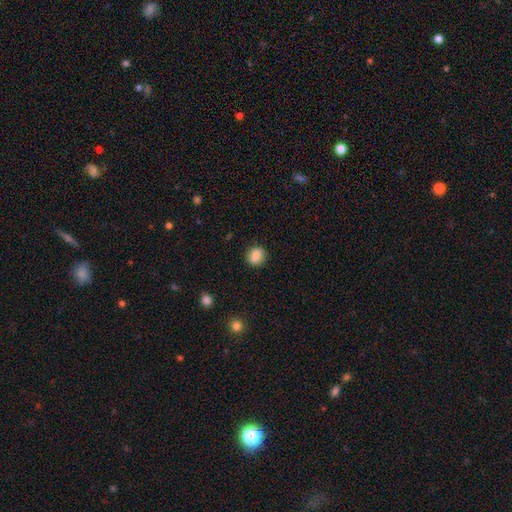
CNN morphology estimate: Smooth or featured? Predicted: smooth (p=0.81). How rounded? Predicted: round (p=0.76). Merging? Predicted: none (p=0.84).